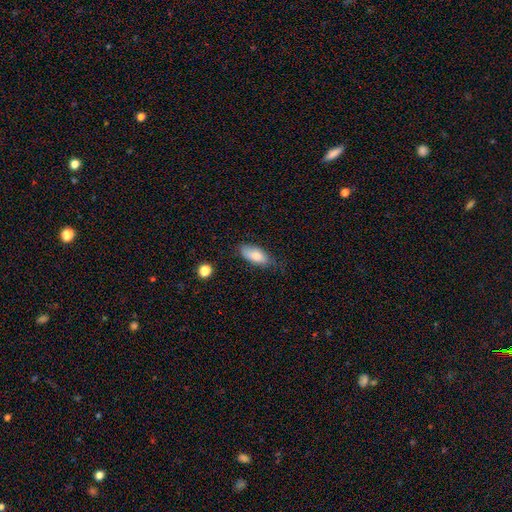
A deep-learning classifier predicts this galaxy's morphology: A smooth galaxy with no disk features (81%) that is in between round and cigar-shaped (85%).

Vote fractions:
- Smooth or featured? smooth: 81% / featured or disk: 12% / star or artifact: 7%
- How rounded? in between: 85% / cigar-shaped: 13% / round: 2%
- Merging? none: 66% / minor disturbance: 27% / major disturbance: 5% / merger: 2%